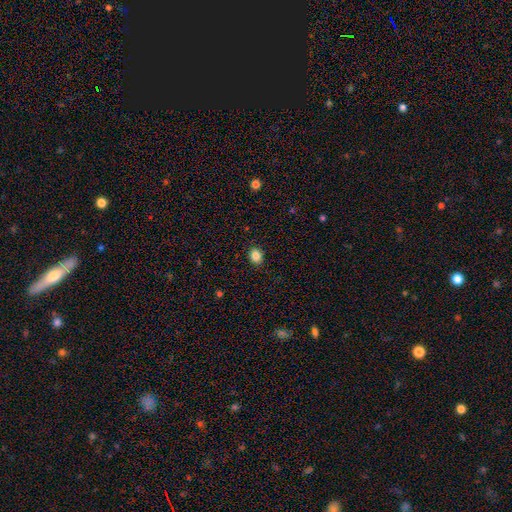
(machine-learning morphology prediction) smooth_or_featured: smooth (p=0.85) [alt: star or artifact p=0.10]
how_rounded: round (p=0.59) [alt: in between p=0.40]
merging: none (p=0.90) [alt: minor disturbance p=0.07]